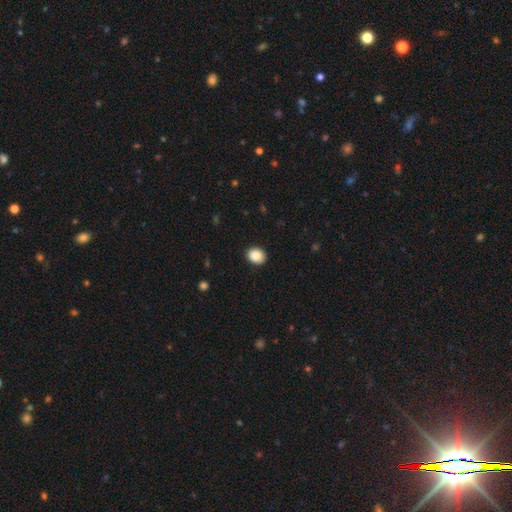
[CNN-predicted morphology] Smooth or featured? Predicted: smooth (p=0.88). How rounded? Predicted: round (p=0.52). Merging? Predicted: none (p=0.90).